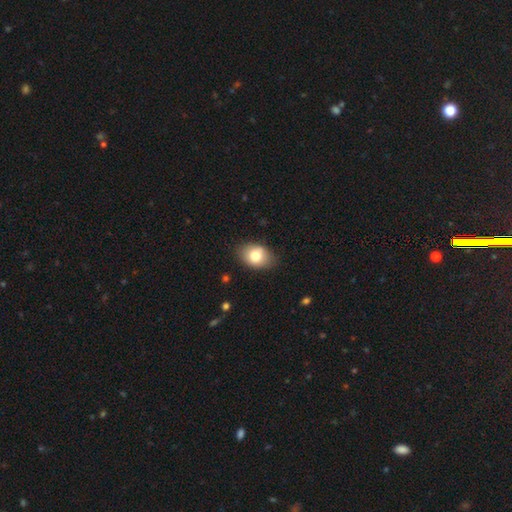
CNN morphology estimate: Overall: smooth (78%). How rounded: in between (78%). Merging: none (82%).